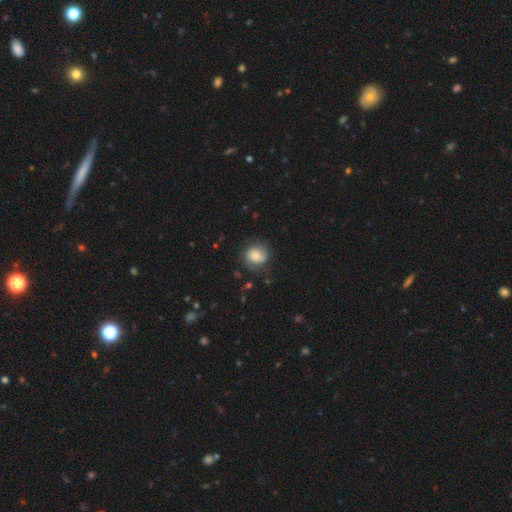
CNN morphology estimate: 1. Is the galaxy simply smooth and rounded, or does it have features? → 66% smooth, 26% featured or disk, 9% star or artifact.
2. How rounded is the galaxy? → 79% round, 20% in between, 1% cigar-shaped.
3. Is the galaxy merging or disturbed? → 70% none, 20% minor disturbance, 9% major disturbance, 1% merger.